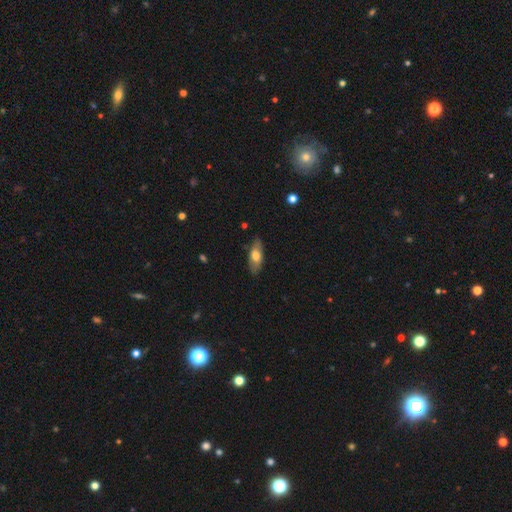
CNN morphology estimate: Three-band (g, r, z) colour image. It shows a smooth galaxy with no disk features (64%) that is in between round and cigar-shaped (77%). Merging: none (82%).